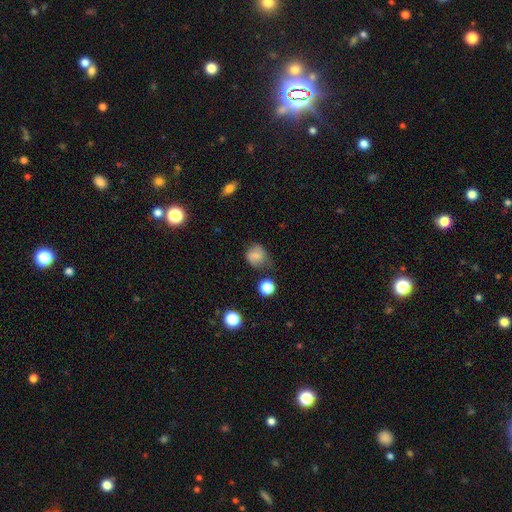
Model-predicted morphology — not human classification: smooth_or_featured: smooth (p=0.67) [alt: featured or disk p=0.21]
how_rounded: round (p=0.70) [alt: in between p=0.29]
merging: none (p=0.58) [alt: minor disturbance p=0.29]